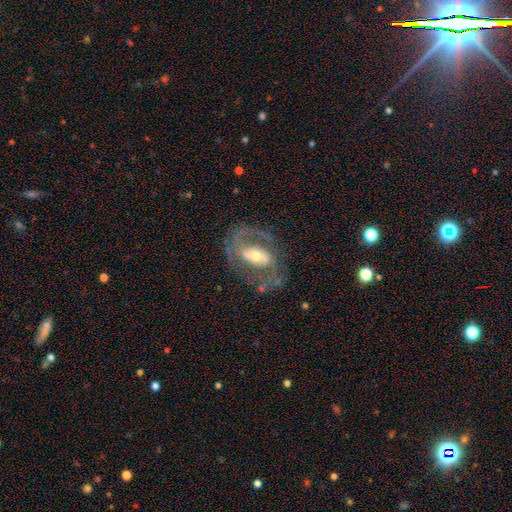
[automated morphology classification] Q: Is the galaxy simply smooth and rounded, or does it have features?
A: featured or disk — 84%.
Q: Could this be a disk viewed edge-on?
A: no — 96%.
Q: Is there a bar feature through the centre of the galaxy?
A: weak — 35%.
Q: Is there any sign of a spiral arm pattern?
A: yes — 88%.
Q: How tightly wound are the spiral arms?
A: medium — 53%.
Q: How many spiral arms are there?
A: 2 — 83%.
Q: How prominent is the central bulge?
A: moderate — 51%.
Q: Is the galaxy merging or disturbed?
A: none — 67%.